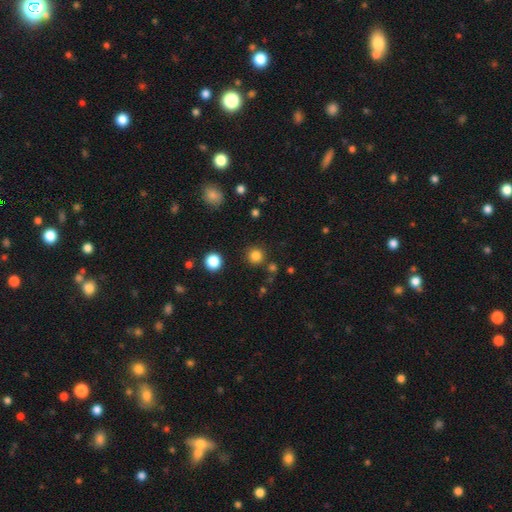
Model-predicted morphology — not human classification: type=smooth (82%); roundness=round (94%); merging=none (86%).